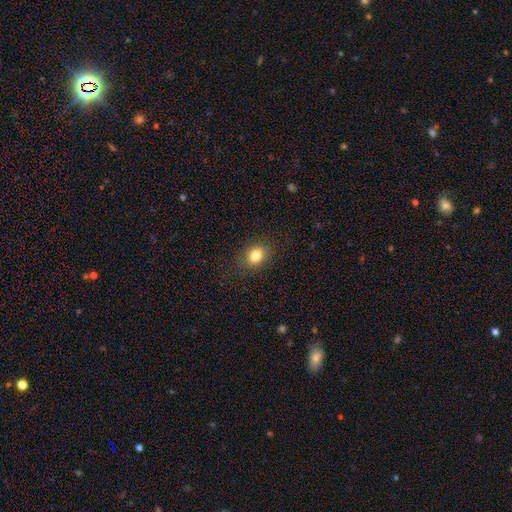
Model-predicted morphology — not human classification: Q: Smooth or featured?
A: smooth (82%); runner-up: star or artifact (11%)
Q: How rounded?
A: in between (51%); runner-up: round (48%)
Q: Merging?
A: none (86%); runner-up: minor disturbance (10%)